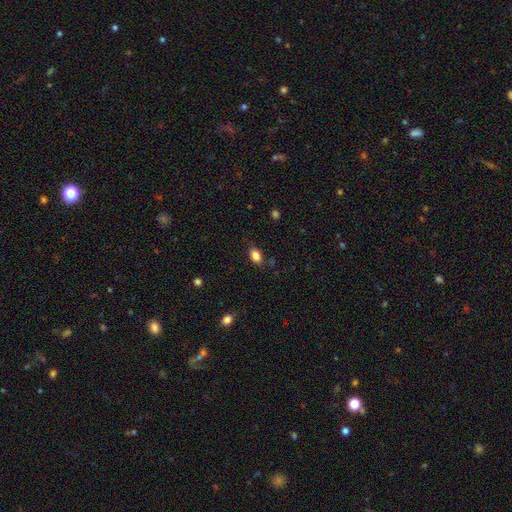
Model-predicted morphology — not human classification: smooth 84%, star or artifact 10%, featured or disk 6%. Down the decision tree: how rounded — in between (83%); merging — none (81%).